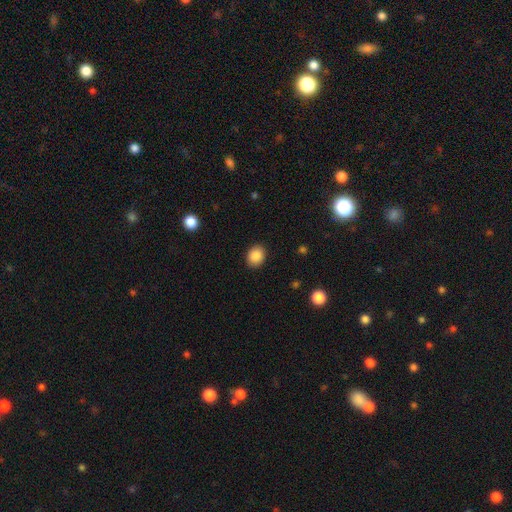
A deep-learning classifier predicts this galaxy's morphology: Overall: smooth (88%). How rounded: round (51%; in between 48%). Merging: none (89%).